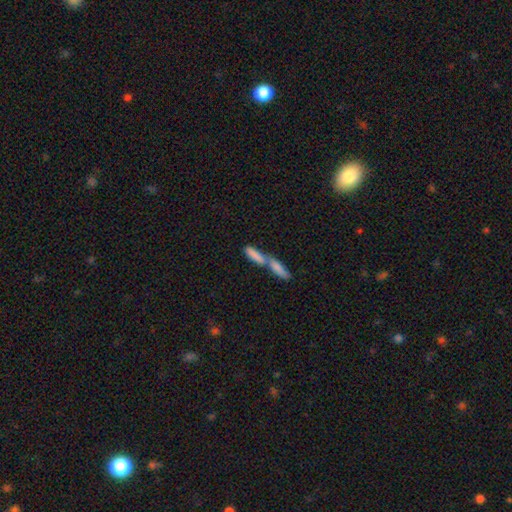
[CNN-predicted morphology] This is likely a smooth galaxy (75%). How rounded: likely cigar-shaped (64%). Merging: likely merger (71%).